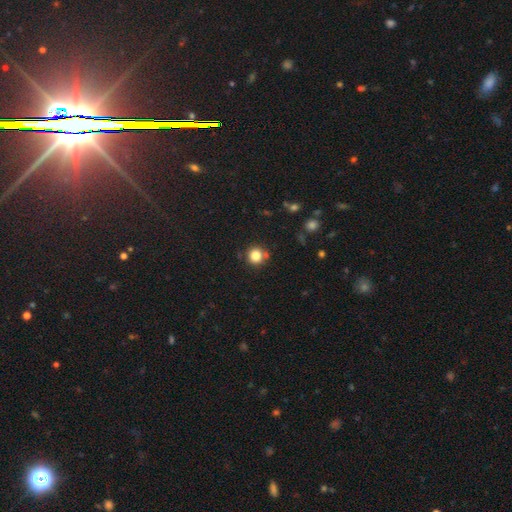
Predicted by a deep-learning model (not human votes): smooth-or-featured: smooth: 82% | star or artifact: 12% | featured or disk: 6%
  how-rounded: round: 93% | in between: 6% | cigar-shaped: 1%
  merging: none: 82% | minor disturbance: 9% | merger: 7% | major disturbance: 3%